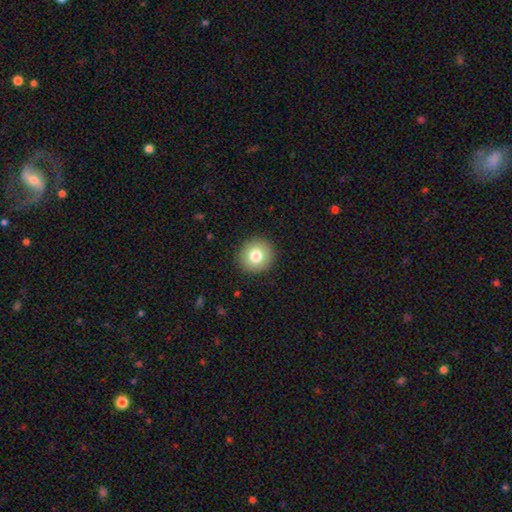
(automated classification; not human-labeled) A smooth galaxy with no disk features (79%) that is round (90%). Merging: none (91%).